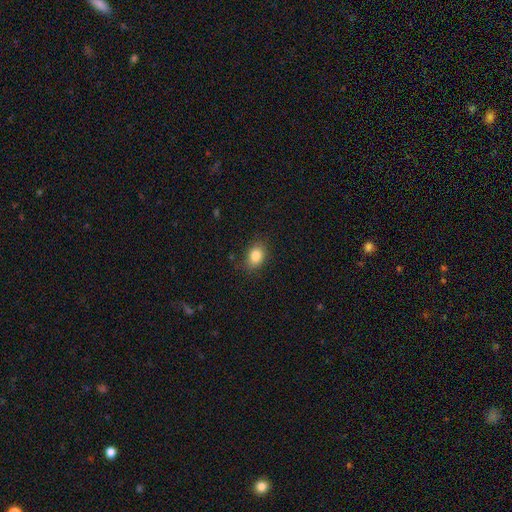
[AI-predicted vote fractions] A smooth galaxy with no disk features (84%) that is in between round and cigar-shaped (71%).

Vote fractions:
- Smooth or featured? smooth: 84% / star or artifact: 10% / featured or disk: 7%
- How rounded? in between: 71% / round: 28% / cigar-shaped: 1%
- Merging? none: 82% / minor disturbance: 14% / major disturbance: 3% / merger: 1%